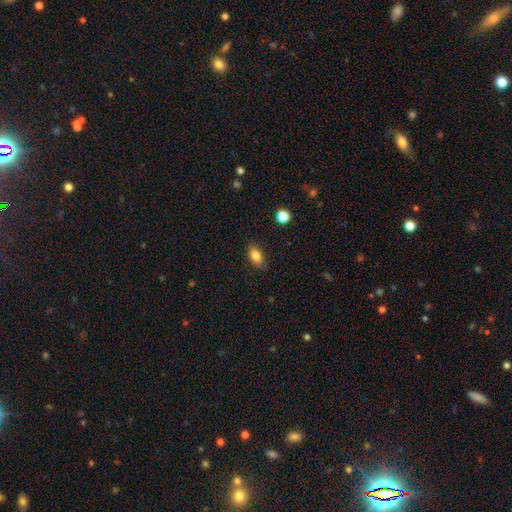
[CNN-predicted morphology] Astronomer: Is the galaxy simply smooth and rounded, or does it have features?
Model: smooth — 84%.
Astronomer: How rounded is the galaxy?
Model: in between — 89%.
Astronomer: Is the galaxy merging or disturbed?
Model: none — 85%.